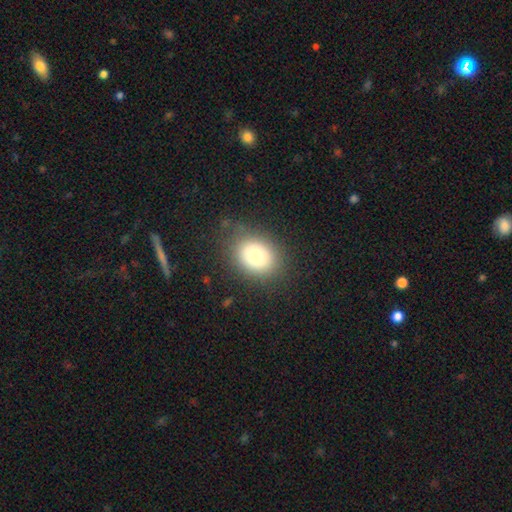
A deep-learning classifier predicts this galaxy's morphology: Smooth or featured?
  - smooth: 74% *
  - featured or disk: 15%
  - star or artifact: 11%
How rounded?
  - round: 50% *
  - in between: 49%
  - cigar-shaped: 1%
Merging?
  - none: 78% *
  - minor disturbance: 14%
  - major disturbance: 7%
  - merger: 1%